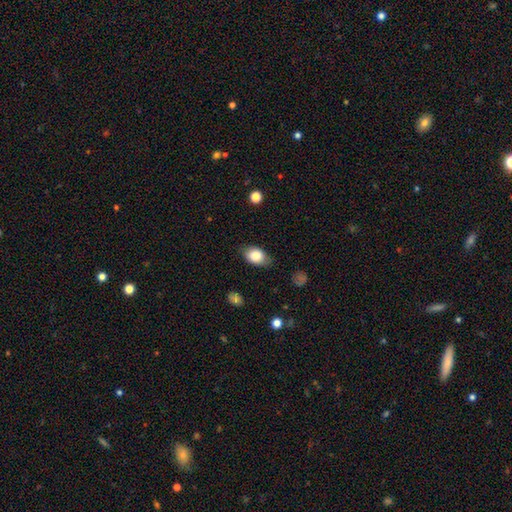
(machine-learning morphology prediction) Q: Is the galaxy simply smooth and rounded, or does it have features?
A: smooth — 83%.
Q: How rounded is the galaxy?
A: in between — 82%.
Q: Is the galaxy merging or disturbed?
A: none — 77%.